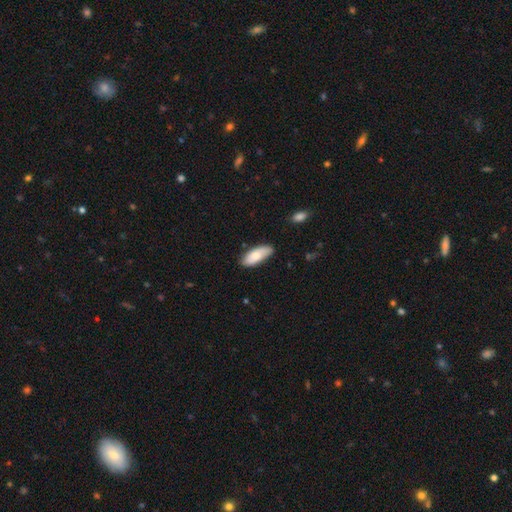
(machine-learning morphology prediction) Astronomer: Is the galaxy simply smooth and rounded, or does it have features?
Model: smooth — 76%.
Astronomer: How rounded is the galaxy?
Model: in between — 83%.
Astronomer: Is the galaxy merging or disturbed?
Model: none — 78%.